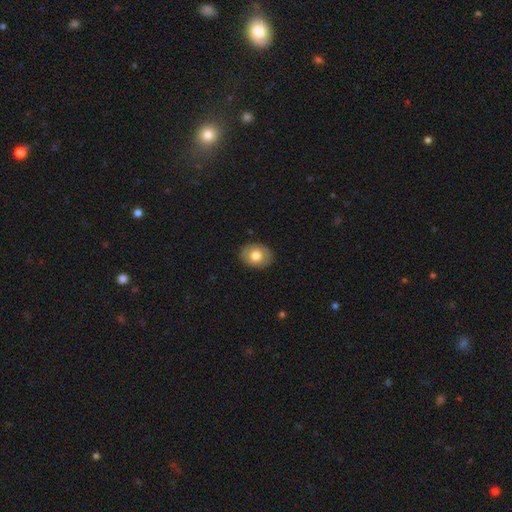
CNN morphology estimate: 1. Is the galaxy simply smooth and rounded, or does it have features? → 74% smooth, 19% featured or disk, 7% star or artifact.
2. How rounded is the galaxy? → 61% in between, 38% round, 1% cigar-shaped.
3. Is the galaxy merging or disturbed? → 88% none, 9% minor disturbance, 2% major disturbance, 1% merger.